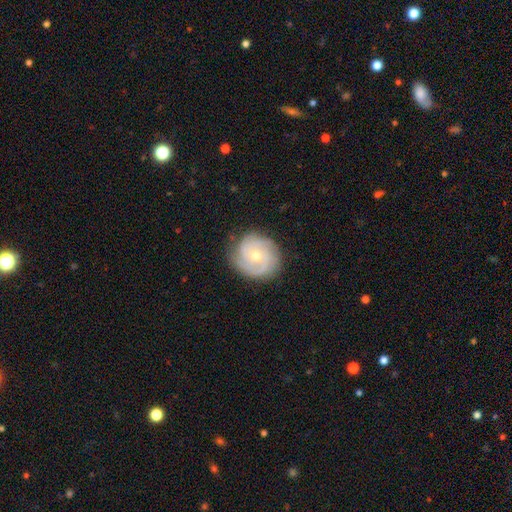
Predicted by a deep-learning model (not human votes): A featured or disk galaxy (77%) with no bar (76%), 3 (38%) tight (62%) spiral arms (94%) and a moderate central bulge (52%). Merging: none (81%).